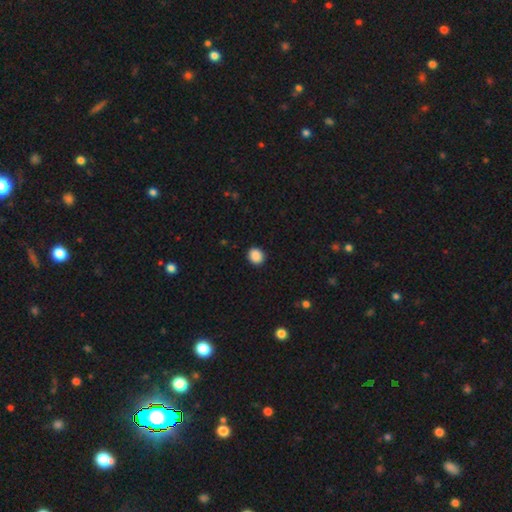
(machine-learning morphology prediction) Overall: smooth (89%). How rounded: round (73%). Merging: none (91%).